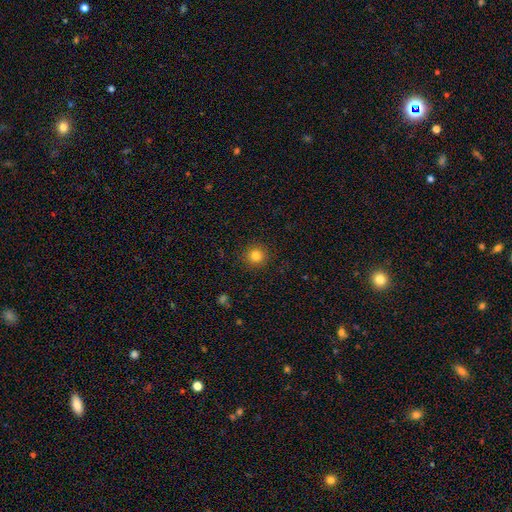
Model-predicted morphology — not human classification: This appears to be a smooth galaxy with no disk features (82%) that is round (94%). Merging: none (91%).